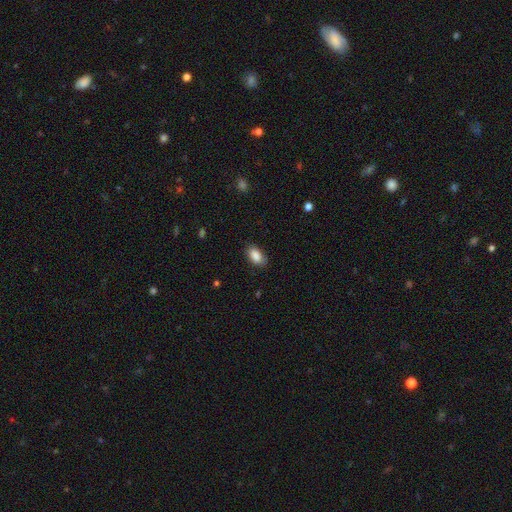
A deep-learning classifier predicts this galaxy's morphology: Smooth or featured? smooth (88%)
How rounded? in between (93%)
Merging? none (84%)